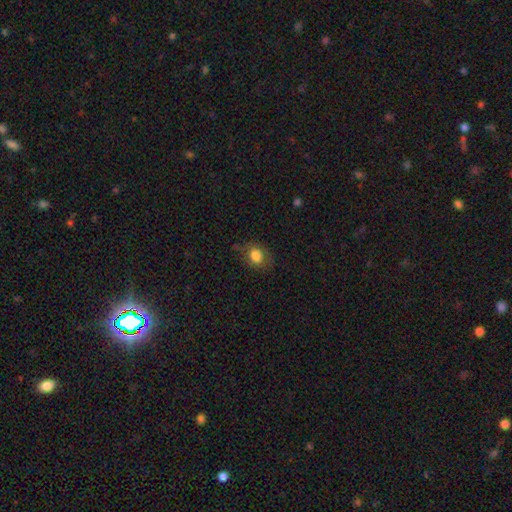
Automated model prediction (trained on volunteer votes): smooth-or-featured: smooth: 81% | featured or disk: 10% | star or artifact: 9%
  how-rounded: in between: 58% | round: 41% | cigar-shaped: 1%
  merging: none: 73% | minor disturbance: 19% | major disturbance: 6% | merger: 2%